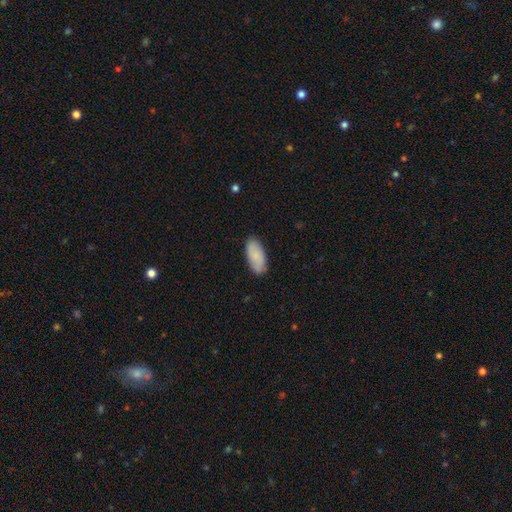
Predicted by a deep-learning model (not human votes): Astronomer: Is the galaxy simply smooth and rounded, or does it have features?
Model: smooth — 83%.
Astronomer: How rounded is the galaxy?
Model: in between — 90%.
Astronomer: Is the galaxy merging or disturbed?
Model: none — 83%.